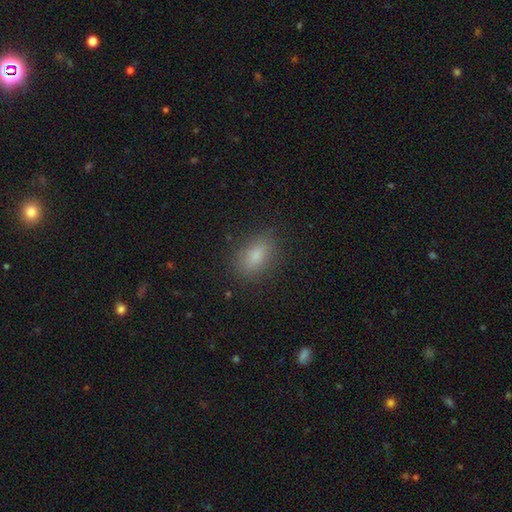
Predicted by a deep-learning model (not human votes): Overall: smooth (81%). How rounded: in between (85%). Merging: none (83%).